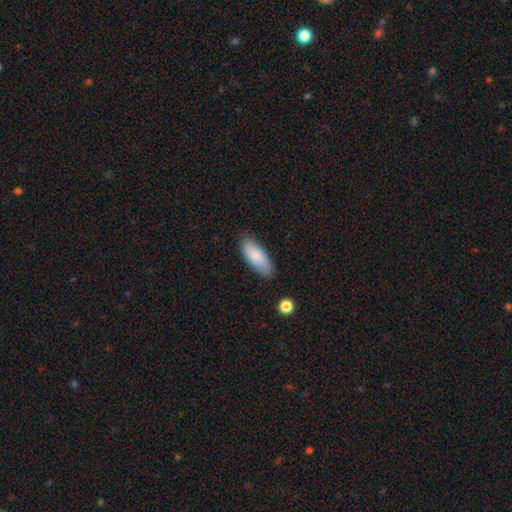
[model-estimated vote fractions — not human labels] Smooth or featured? smooth (82%)
How rounded? in between (76%)
Merging? none (81%)